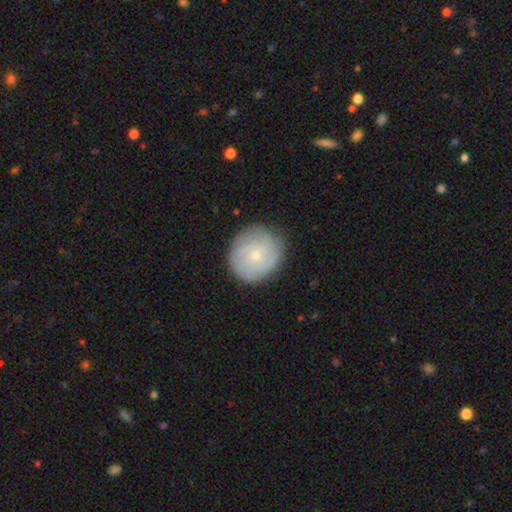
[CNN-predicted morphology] smooth_or_featured: featured or disk (p=0.65) [alt: smooth p=0.28]
disk_edge_on: no (p=0.98) [alt: yes p=0.02]
bar: no (p=0.81) [alt: weak p=0.17]
has_spiral_arms: yes (p=0.90) [alt: no p=0.10]
spiral_winding: tight (p=0.69) [alt: medium p=0.25]
spiral_arm_count: can't tell (p=0.36) [alt: 3 p=0.24]
bulge_size: small (p=0.73) [alt: moderate p=0.23]
merging: none (p=0.83) [alt: minor disturbance p=0.13]